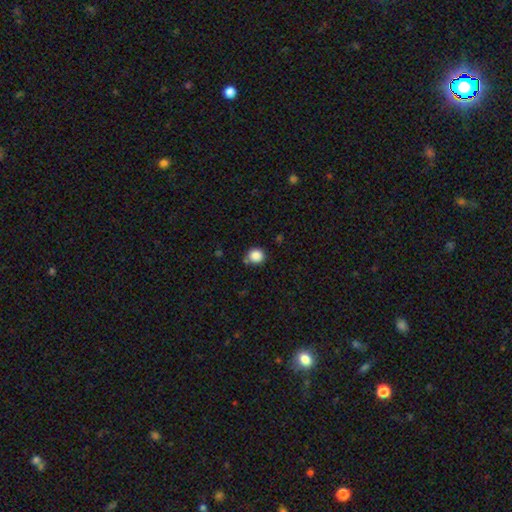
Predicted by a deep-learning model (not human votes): A smooth galaxy with no disk features (87%) that is round (87%). Merging: none (75%).